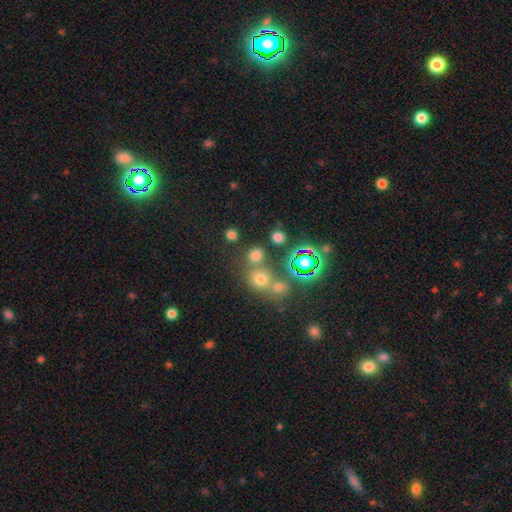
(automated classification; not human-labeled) This appears to be a smooth galaxy with no disk features (68%) that is round (84%). Merging: none (68%).